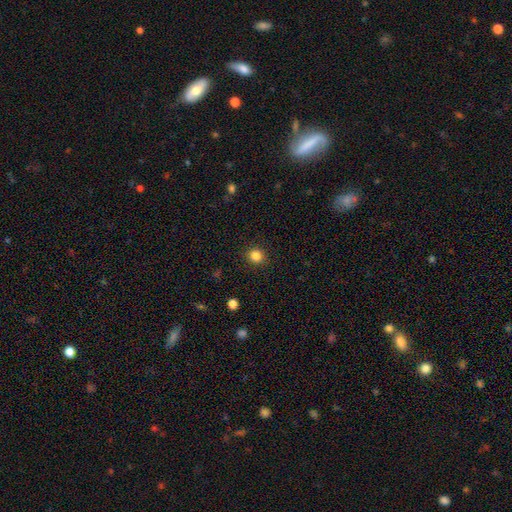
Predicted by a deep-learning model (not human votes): smooth_or_featured: smooth (p=0.84) [alt: star or artifact p=0.12]
how_rounded: round (p=0.89) [alt: in between p=0.10]
merging: none (p=0.91) [alt: minor disturbance p=0.06]